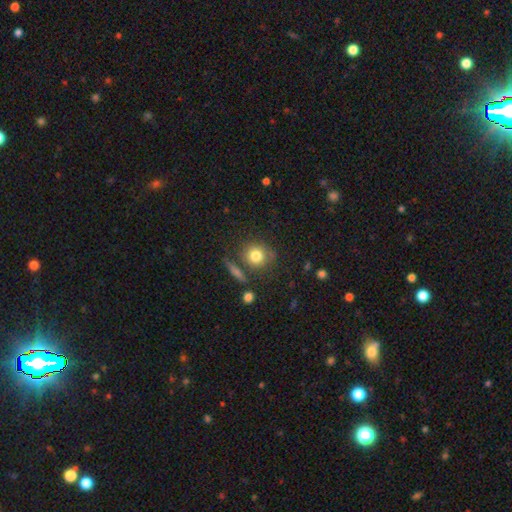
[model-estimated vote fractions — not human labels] A smooth galaxy with no disk features (79%) that is round (85%). Merging: none (72%).